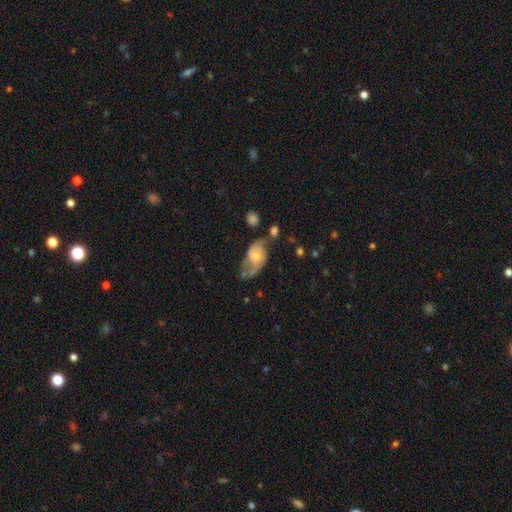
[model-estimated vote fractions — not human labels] A featured or disk galaxy (72%) with no bar (67%), 2 (82%) loose (45%) spiral arms (90%) and a small central bulge (47%). Merging: none (43%).